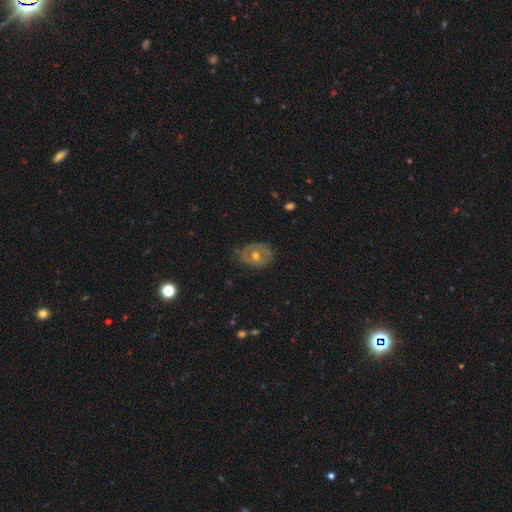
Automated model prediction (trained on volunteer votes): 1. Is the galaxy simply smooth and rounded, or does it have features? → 61% featured or disk, 28% smooth, 11% star or artifact.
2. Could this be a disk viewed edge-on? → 95% no, 5% yes.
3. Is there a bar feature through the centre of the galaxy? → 81% no, 15% weak, 3% strong.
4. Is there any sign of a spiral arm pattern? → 59% yes, 41% no.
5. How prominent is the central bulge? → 67% moderate, 28% small, 3% large, 1% none, 1% dominant.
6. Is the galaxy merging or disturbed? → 70% none, 22% minor disturbance, 7% major disturbance, 1% merger.